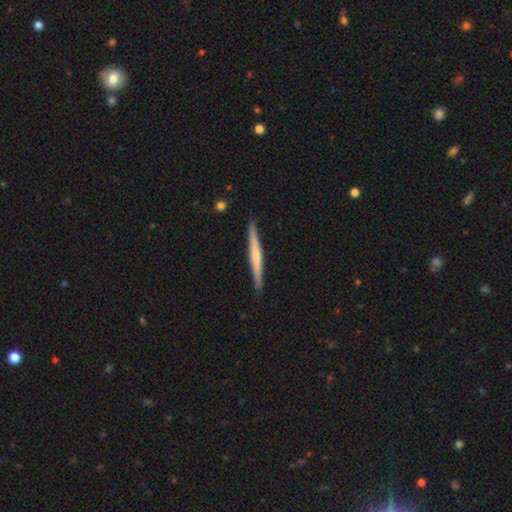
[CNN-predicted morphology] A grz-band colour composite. It shows a featured or disk galaxy (58%) viewed edge-on (98%) with a rounded central bulge (52%). Merging: none (91%).